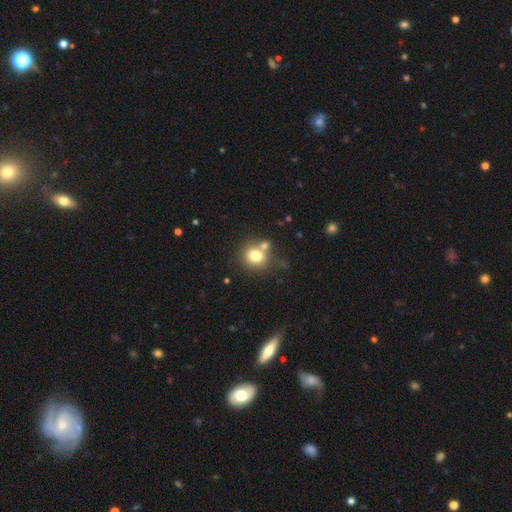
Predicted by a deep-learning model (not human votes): smooth_or_featured: smooth (p=0.76) [alt: star or artifact p=0.12]
how_rounded: round (p=0.84) [alt: in between p=0.15]
merging: none (p=0.61) [alt: merger p=0.24]